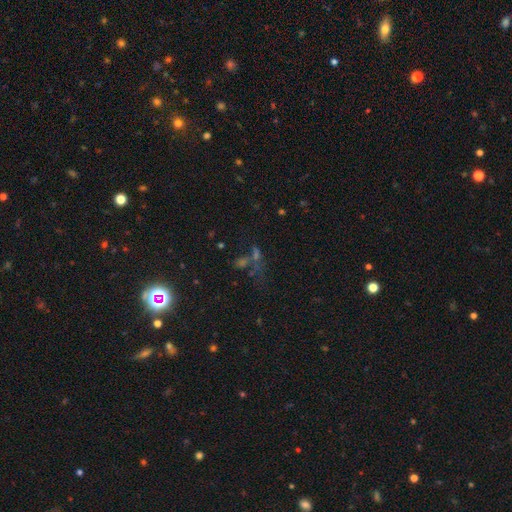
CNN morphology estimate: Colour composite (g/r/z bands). It shows a star or artifact, not a galaxy (52%).